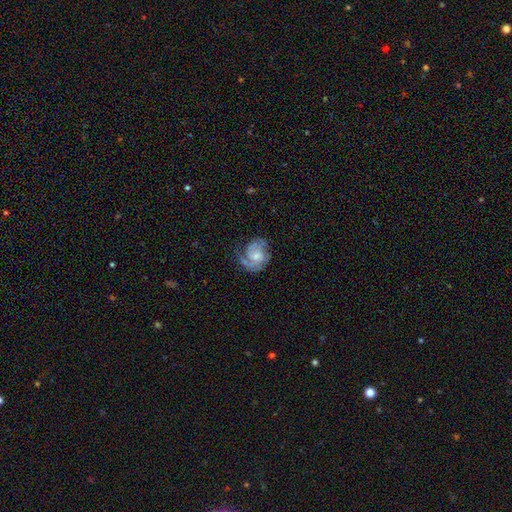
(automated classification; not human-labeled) Smooth or featured?
  - featured or disk: 75% *
  - smooth: 18%
  - star or artifact: 6%
Edge-on disk?
  - no: 98% *
  - yes: 2%
Bar?
  - no: 65% *
  - weak: 30%
  - strong: 4%
Spiral arms?
  - yes: 93% *
  - no: 7%
Spiral winding?
  - medium: 43% *
  - tight: 41%
  - loose: 16%
Spiral arm count?
  - 2: 49% *
  - can't tell: 17%
  - 1: 15%
  - 3: 12%
  - 4: 3%
  - more than 4: 3%
Bulge size?
  - moderate: 44% *
  - small: 36%
  - none: 11%
  - large: 8%
  - dominant: 2%
Merging?
  - none: 58% *
  - minor disturbance: 23%
  - major disturbance: 17%
  - merger: 2%